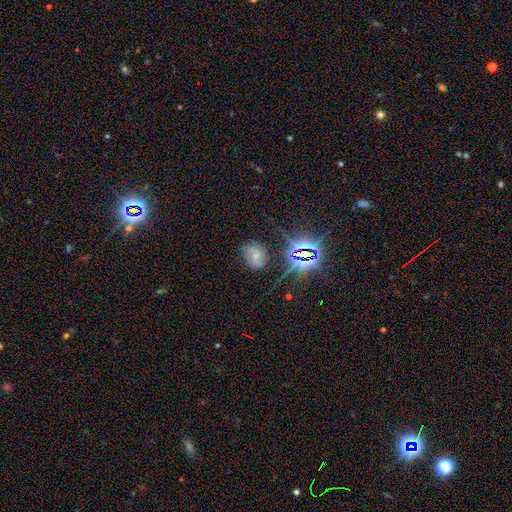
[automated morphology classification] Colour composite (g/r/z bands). It shows a featured or disk galaxy (38%). Merging: none (66%).